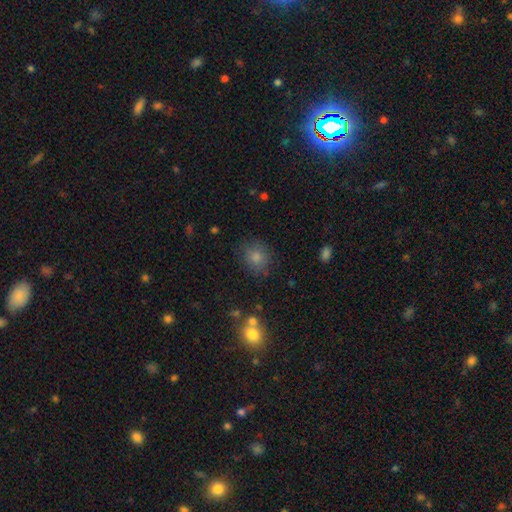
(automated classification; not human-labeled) This is likely a smooth galaxy (75%). How rounded: clearly round (81%). Merging: clearly none (84%).